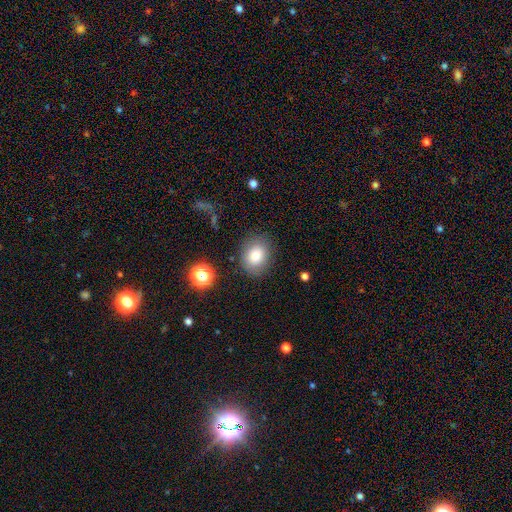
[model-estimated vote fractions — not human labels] Smooth or featured? smooth (76%)
How rounded? round (59%)
Merging? none (81%)